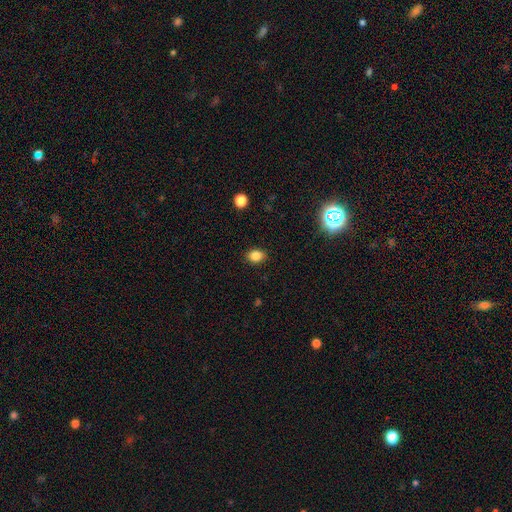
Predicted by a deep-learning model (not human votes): A smooth galaxy with no disk features (85%) that is in between round and cigar-shaped (61%).

Vote fractions:
- Smooth or featured? smooth: 85% / star or artifact: 11% / featured or disk: 5%
- How rounded? in between: 61% / round: 38% / cigar-shaped: 1%
- Merging? none: 88% / minor disturbance: 9% / major disturbance: 2% / merger: 1%